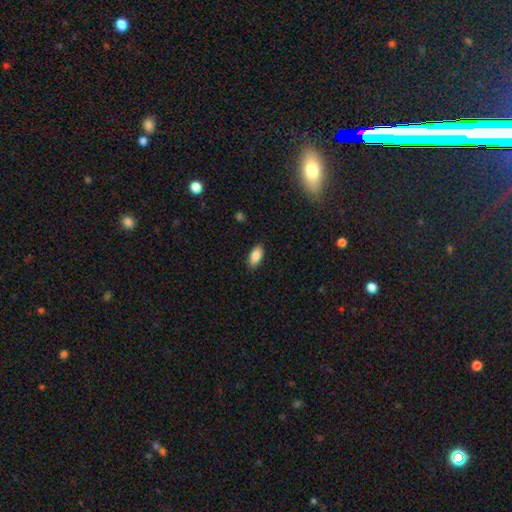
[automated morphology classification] A smooth galaxy with no disk features (88%) that is in between round and cigar-shaped (91%).

Vote fractions:
- Smooth or featured? smooth: 88% / star or artifact: 7% / featured or disk: 5%
- How rounded? in between: 91% / cigar-shaped: 7% / round: 2%
- Merging? none: 88% / minor disturbance: 9% / major disturbance: 2% / merger: 1%